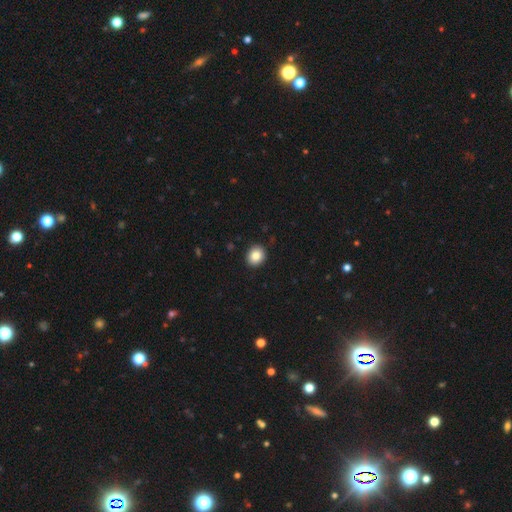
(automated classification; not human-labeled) Smooth or featured: smooth — 85% (star or artifact — 9%)
How rounded: round — 72% (in between — 27%)
Merging: none — 91% (minor disturbance — 6%)